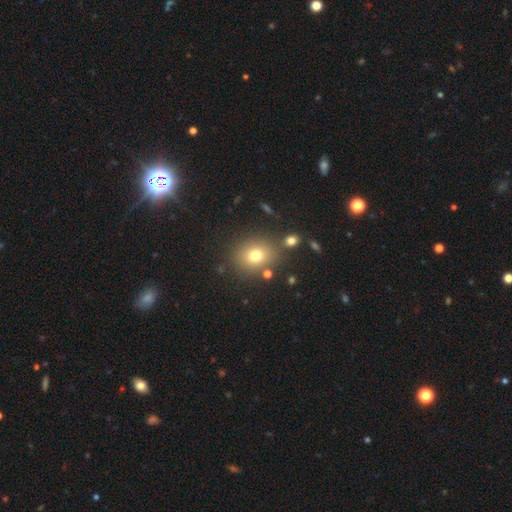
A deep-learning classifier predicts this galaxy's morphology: smooth_or_featured: smooth (p=0.73) [alt: star or artifact p=0.15]
how_rounded: round (p=0.62) [alt: in between p=0.37]
merging: none (p=0.78) [alt: minor disturbance p=0.11]